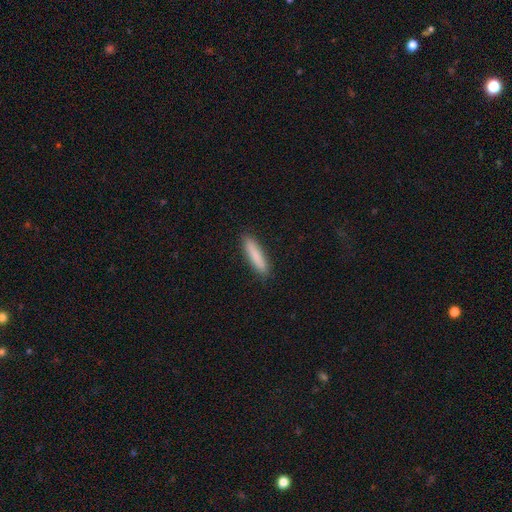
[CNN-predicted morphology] type=smooth (84%); roundness=cigar-shaped (87%); merging=none (90%).